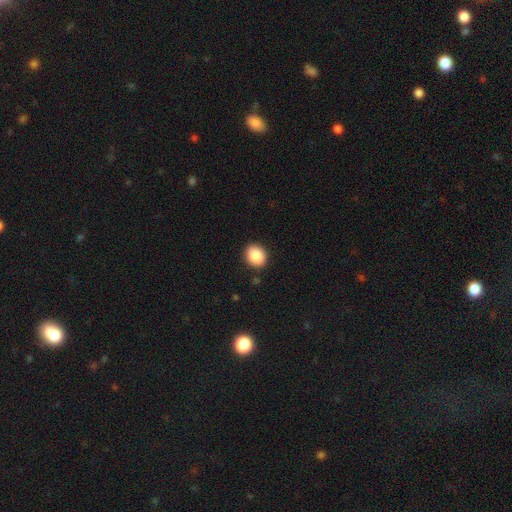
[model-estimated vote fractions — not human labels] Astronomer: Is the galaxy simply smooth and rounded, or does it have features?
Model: smooth — 88%.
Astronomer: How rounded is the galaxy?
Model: round — 66%.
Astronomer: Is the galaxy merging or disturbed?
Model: none — 90%.